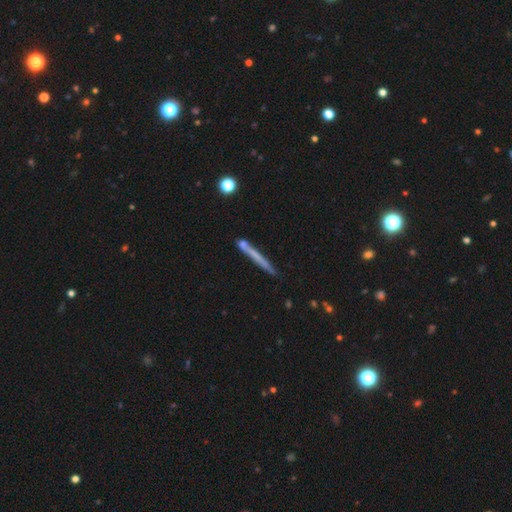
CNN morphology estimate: Smooth or featured? Predicted: smooth (p=0.52). How rounded? Predicted: cigar-shaped (p=0.95). Merging? Predicted: none (p=0.75).